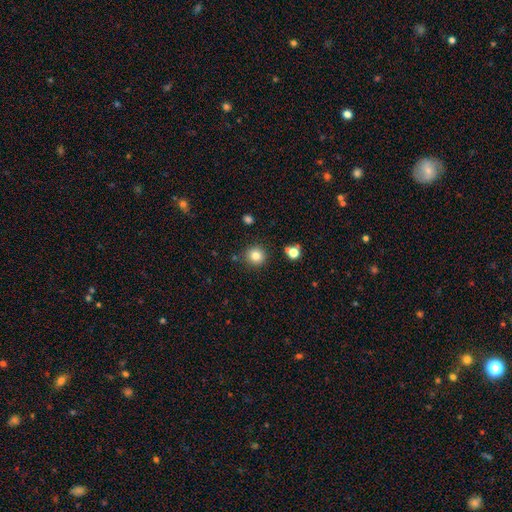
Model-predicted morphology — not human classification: Smooth or featured? Predicted: smooth (p=0.82). How rounded? Predicted: round (p=0.92). Merging? Predicted: none (p=0.86).